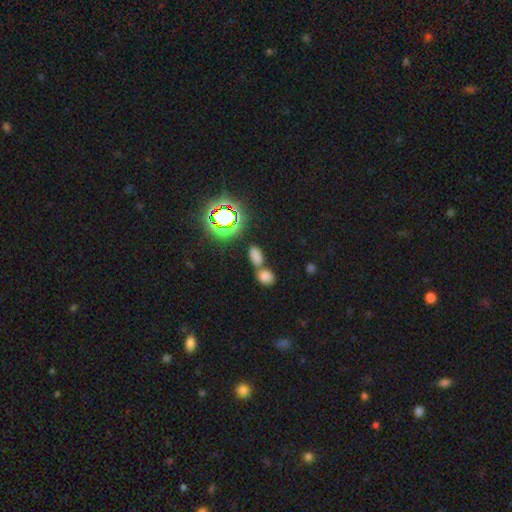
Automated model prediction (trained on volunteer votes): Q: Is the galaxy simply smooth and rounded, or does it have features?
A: smooth — 71%.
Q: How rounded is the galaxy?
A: in between — 85%.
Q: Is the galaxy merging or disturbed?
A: none — 48%.